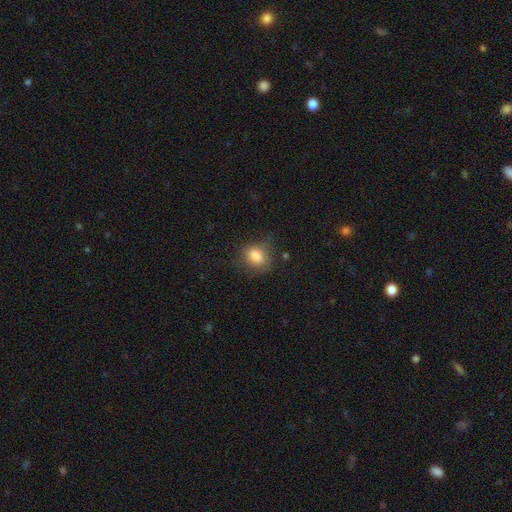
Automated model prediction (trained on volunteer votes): This is clearly a smooth galaxy (83%). How rounded: possibly in between (59%). Merging: likely none (67%).